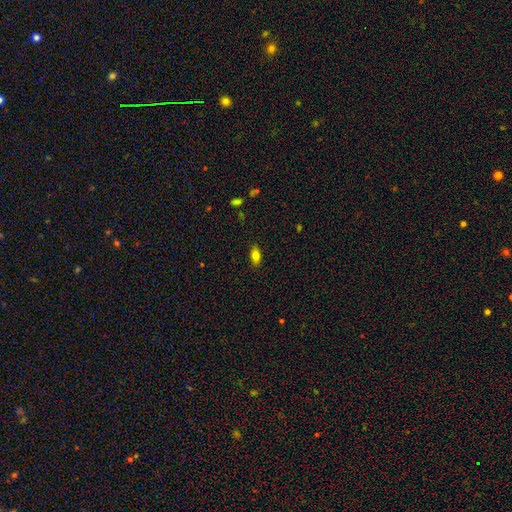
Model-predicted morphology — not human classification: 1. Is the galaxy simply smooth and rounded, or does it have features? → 79% smooth, 12% featured or disk, 9% star or artifact.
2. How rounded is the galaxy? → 87% in between, 8% cigar-shaped, 5% round.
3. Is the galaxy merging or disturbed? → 87% none, 10% minor disturbance, 2% major disturbance, 1% merger.